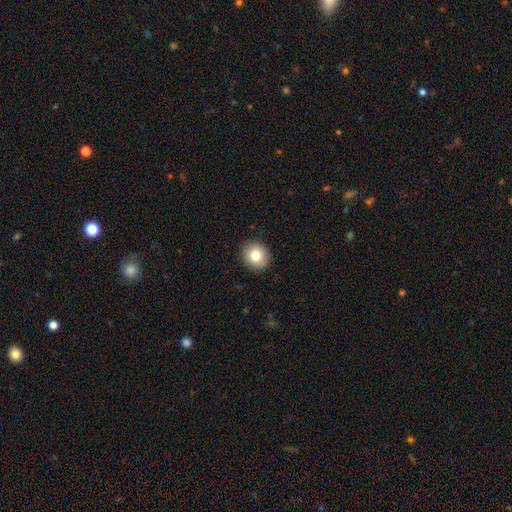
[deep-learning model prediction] Morphology: type=smooth (81%); roundness=round (84%); merging=none (91%).